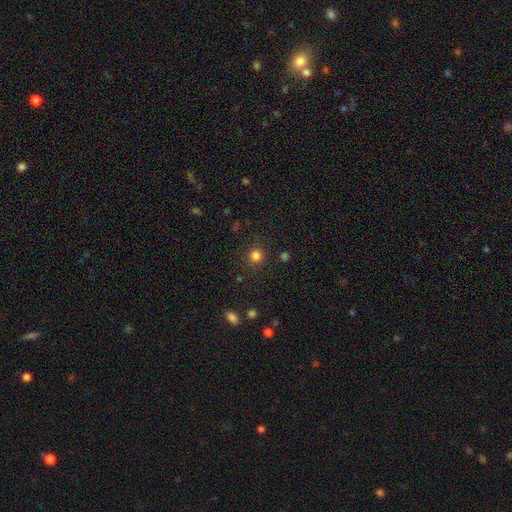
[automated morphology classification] This appears to be a smooth galaxy with no disk features (81%) that is round (91%). Merging: none (88%).